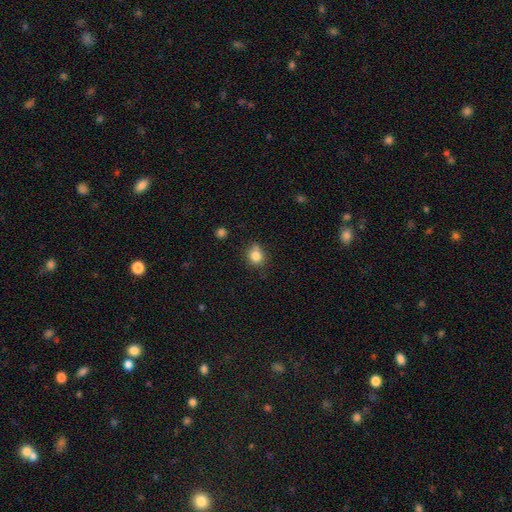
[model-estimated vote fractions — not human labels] A smooth galaxy with no disk features (83%) that is round (72%).

Vote fractions:
- Smooth or featured? smooth: 83% / star or artifact: 11% / featured or disk: 6%
- How rounded? round: 72% / in between: 27% / cigar-shaped: 1%
- Merging? none: 68% / minor disturbance: 22% / merger: 5% / major disturbance: 4%